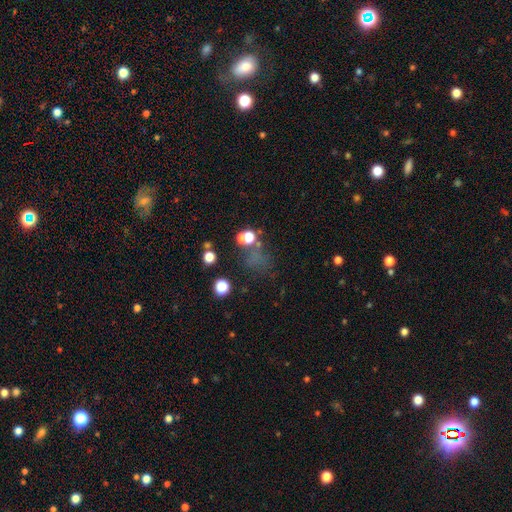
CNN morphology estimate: A smooth galaxy with no disk features (43%, tied with star or artifact). Merging: none (55%).